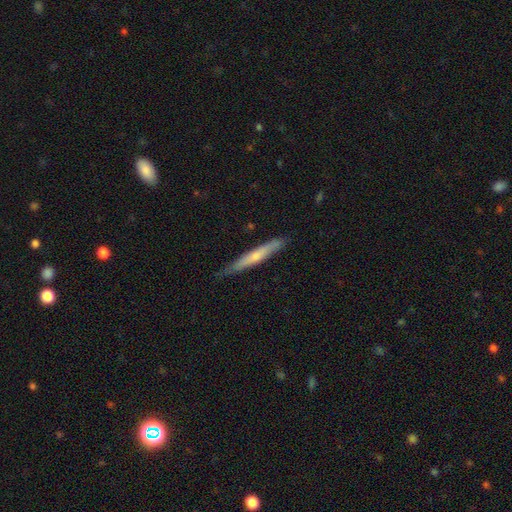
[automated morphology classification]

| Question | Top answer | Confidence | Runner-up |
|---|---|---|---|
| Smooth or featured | smooth | 51% | featured or disk (44%) |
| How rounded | cigar-shaped | 95% | in between (4%) |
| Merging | none | 79% | minor disturbance (17%) |